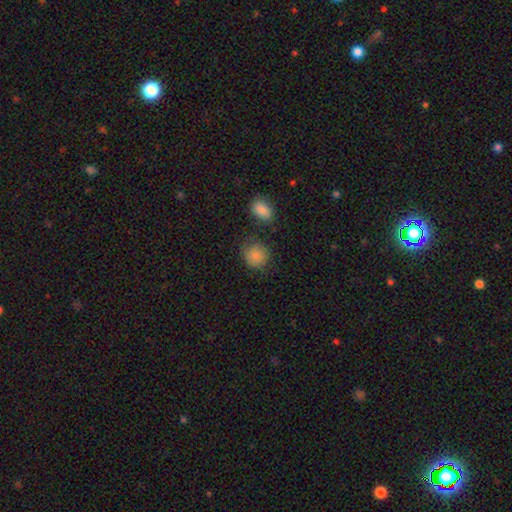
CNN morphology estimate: Smooth or featured?
  - smooth: 84% *
  - star or artifact: 9%
  - featured or disk: 7%
How rounded?
  - round: 82% *
  - in between: 17%
  - cigar-shaped: 1%
Merging?
  - none: 71% *
  - minor disturbance: 17%
  - merger: 6%
  - major disturbance: 5%